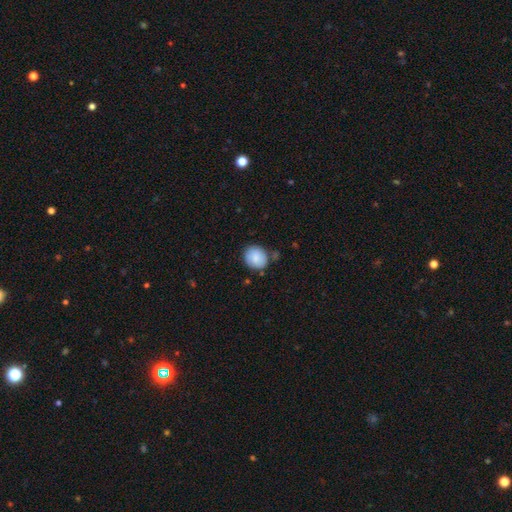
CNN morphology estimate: The model was most divided on "how rounded": round: 74%, in between: 25%, cigar-shaped: 1%. More confident: smooth or featured — smooth (82%); merging — none (74%).